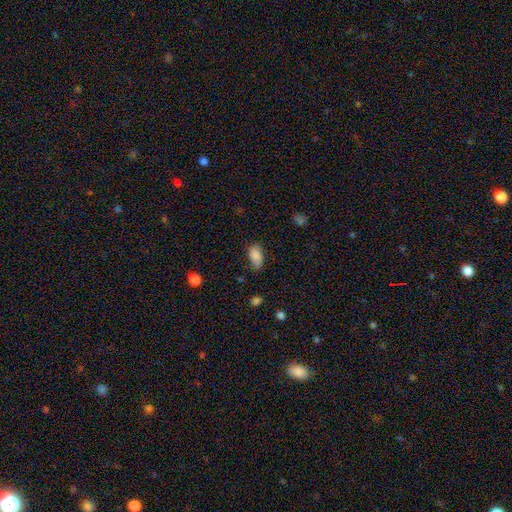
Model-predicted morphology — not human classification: This is clearly a smooth galaxy (85%). How rounded: clearly in between (92%). Merging: likely none (66%).